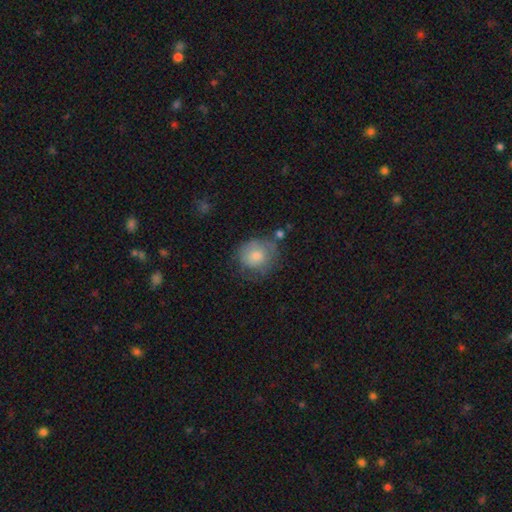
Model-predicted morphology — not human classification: type=smooth (69%); roundness=round (77%); merging=none (56%).